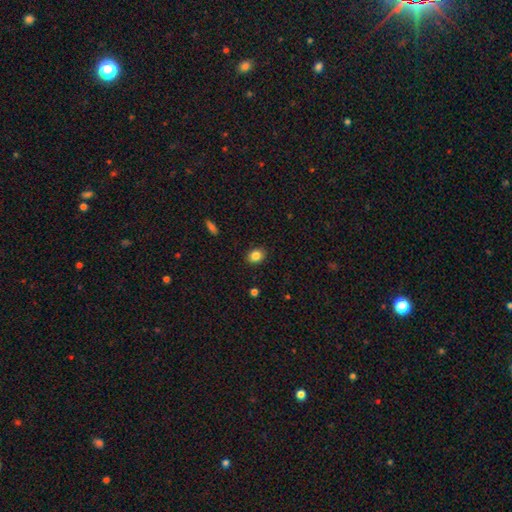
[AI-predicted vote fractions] A smooth galaxy with no disk features (85%) that is round (51%). Merging: none (89%).